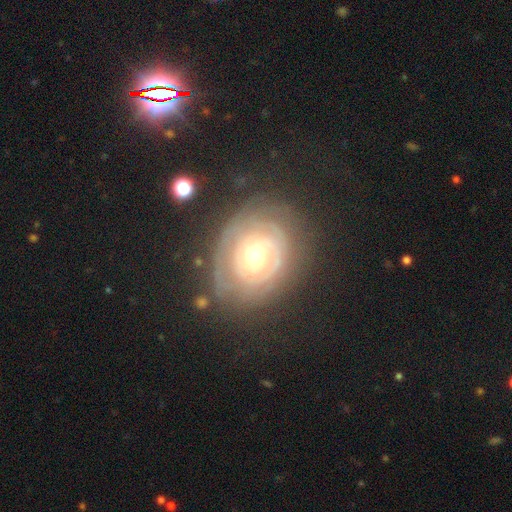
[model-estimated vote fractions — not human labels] A featured or disk galaxy (76%) with no bar (81%), tight (79%) spiral arms (70%) and a moderate central bulge (67%). Merging: none (72%).